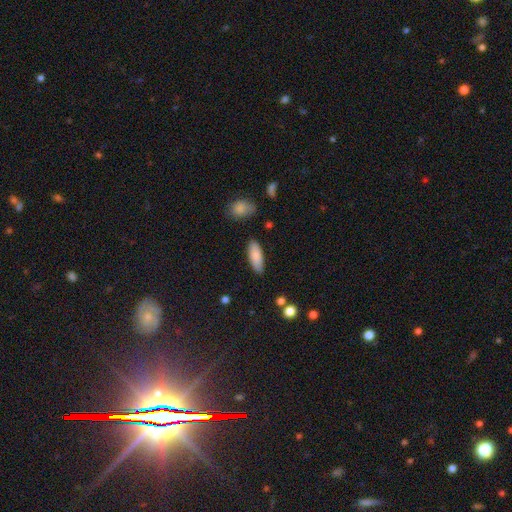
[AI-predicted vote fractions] smooth 85%, featured or disk 8%, star or artifact 6%. Down the decision tree: how rounded — in between (68%); merging — none (86%).